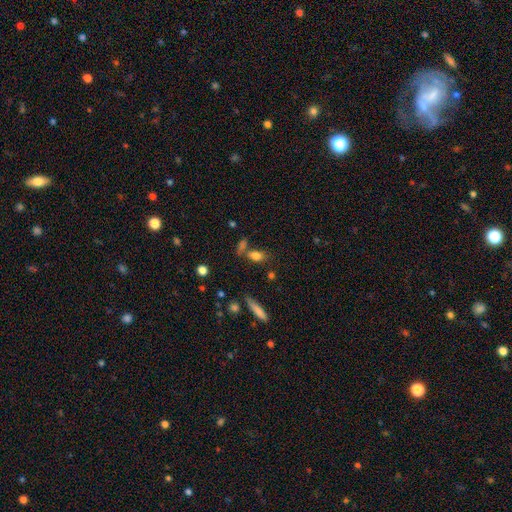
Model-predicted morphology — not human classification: Q: Smooth or featured?
A: smooth (77%); runner-up: featured or disk (12%)
Q: How rounded?
A: in between (77%); runner-up: cigar-shaped (14%)
Q: Merging?
A: none (58%); runner-up: merger (23%)